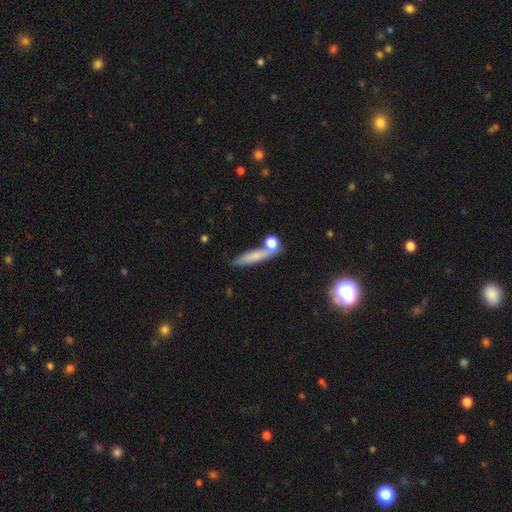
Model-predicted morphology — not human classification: This appears to be a smooth galaxy with no disk features (71%) that is cigar-shaped (72%). Merging: none (62%).